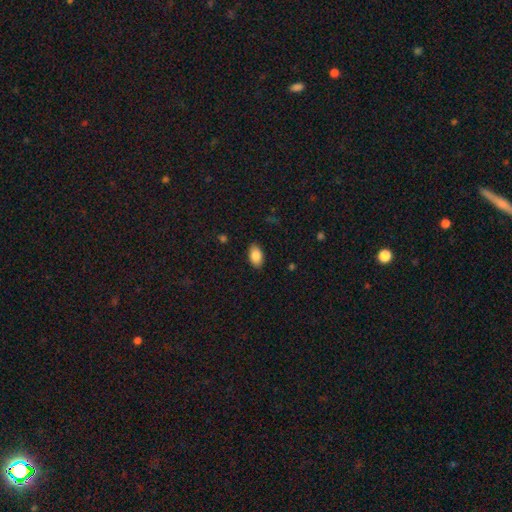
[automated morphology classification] Smooth or featured? smooth (86%)
How rounded? in between (92%)
Merging? none (87%)